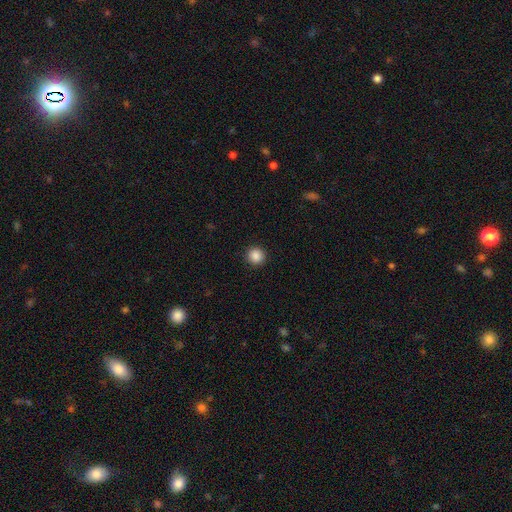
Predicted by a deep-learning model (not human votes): The model was most divided on "smooth or featured": smooth: 88%, star or artifact: 10%, featured or disk: 3%. More confident: how rounded — round (94%); merging — none (92%).